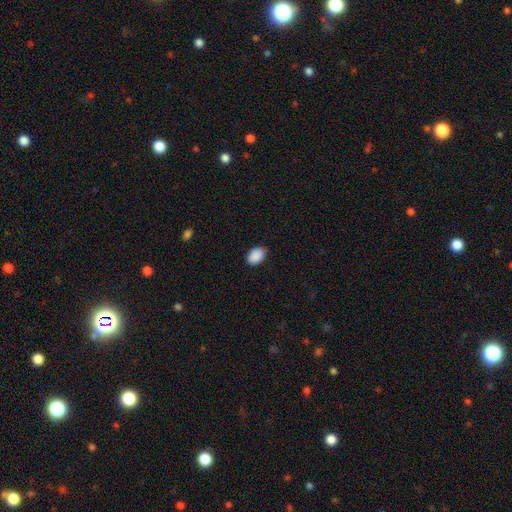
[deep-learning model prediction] smooth 90%, star or artifact 7%, featured or disk 3%. Down the decision tree: how rounded — in between (86%); merging — none (82%).